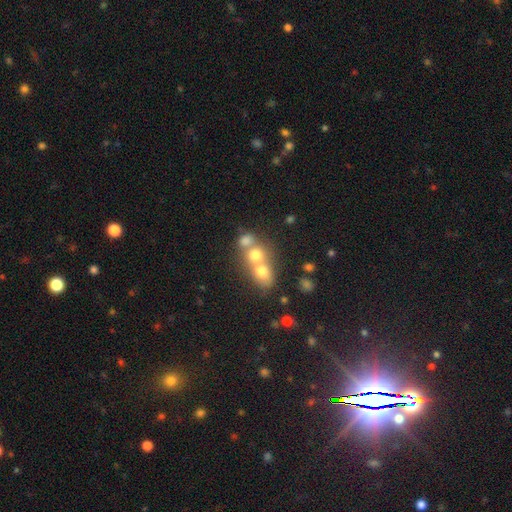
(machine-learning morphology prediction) A smooth galaxy with no disk features (61%) that is round (63%). Merging: merger (67%).